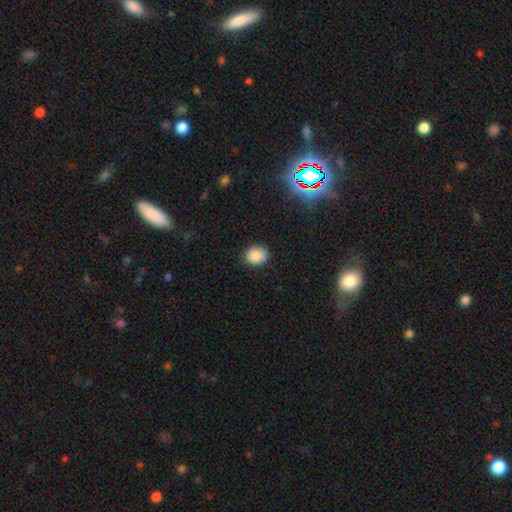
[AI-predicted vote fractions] This is clearly a smooth galaxy (86%). How rounded: likely round (64%). Merging: clearly none (86%).